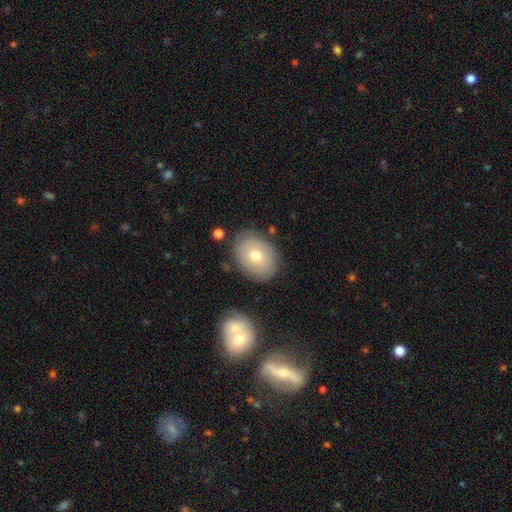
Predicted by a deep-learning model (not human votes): Q: Smooth or featured?
A: smooth (66%); runner-up: featured or disk (26%)
Q: How rounded?
A: in between (64%); runner-up: round (35%)
Q: Merging?
A: none (80%); runner-up: minor disturbance (13%)